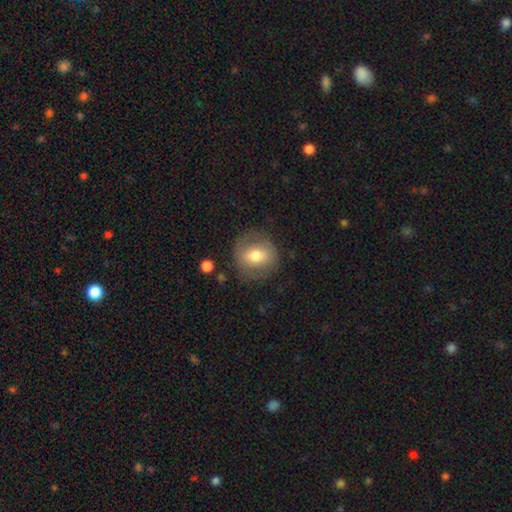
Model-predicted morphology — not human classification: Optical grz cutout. It shows a smooth galaxy with no disk features (64%) that is round (82%). Merging: none (77%).